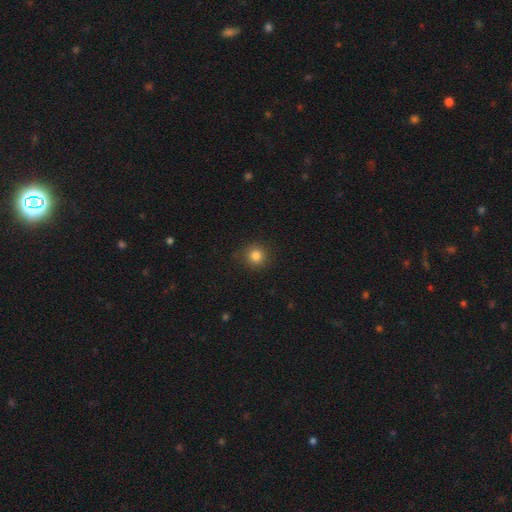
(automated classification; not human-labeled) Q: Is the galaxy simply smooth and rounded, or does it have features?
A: smooth — 83%.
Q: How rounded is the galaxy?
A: round — 92%.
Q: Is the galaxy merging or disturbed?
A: none — 89%.